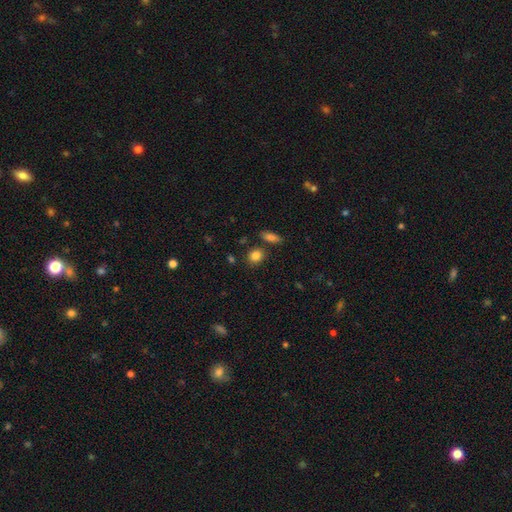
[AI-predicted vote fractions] Morphology: type=smooth (84%); roundness=round (68%); merging=none (80%).